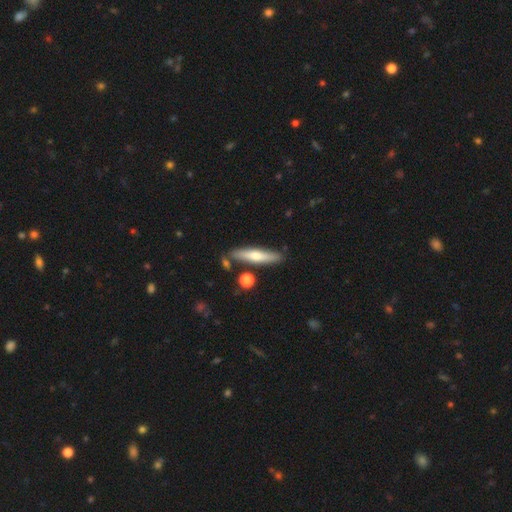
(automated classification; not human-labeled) Smooth or featured? smooth (51%)
How rounded? cigar-shaped (86%)
Merging? none (83%)